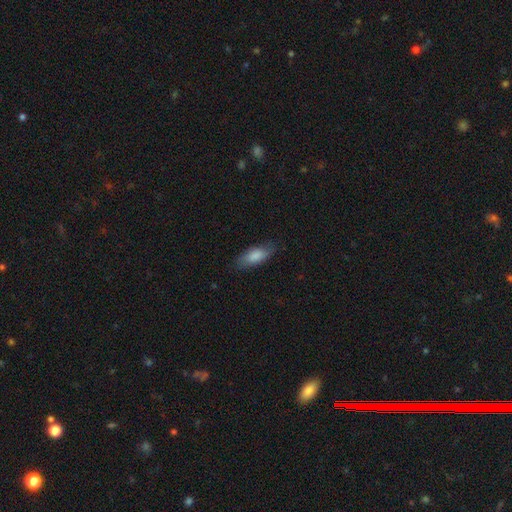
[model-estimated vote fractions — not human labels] This appears to be a smooth galaxy with no disk features (82%) that is in between round and cigar-shaped (80%). Merging: none (78%).